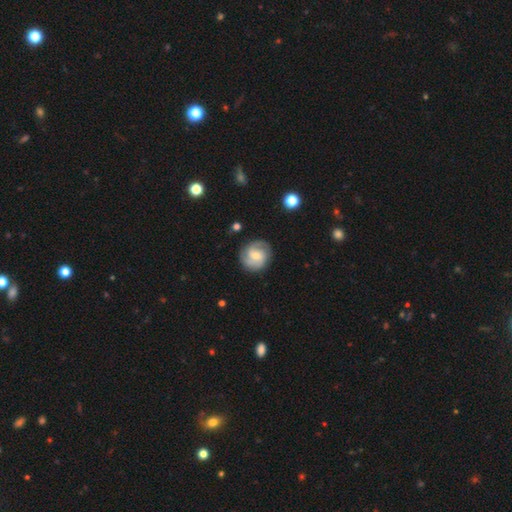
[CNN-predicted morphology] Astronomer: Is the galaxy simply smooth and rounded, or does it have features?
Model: featured or disk — 76%.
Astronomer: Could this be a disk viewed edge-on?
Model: no — 98%.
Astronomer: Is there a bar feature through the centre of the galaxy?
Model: no — 46% (runner-up: weak, 45%).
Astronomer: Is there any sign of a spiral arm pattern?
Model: yes — 95%.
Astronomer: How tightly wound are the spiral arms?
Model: medium — 45% (runner-up: tight, 39%).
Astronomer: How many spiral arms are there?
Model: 2 — 56%.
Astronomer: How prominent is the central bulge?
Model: small — 53% (runner-up: moderate, 42%).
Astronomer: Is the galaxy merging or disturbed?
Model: none — 82%.